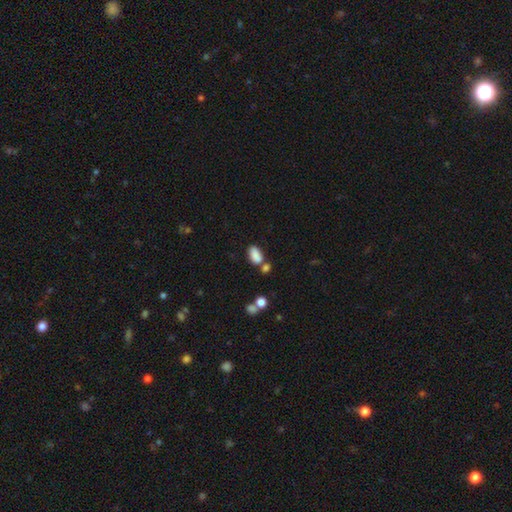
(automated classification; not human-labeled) Smooth or featured? Predicted: smooth (p=0.84). How rounded? Predicted: in between (p=0.92). Merging? Predicted: none (p=0.56).